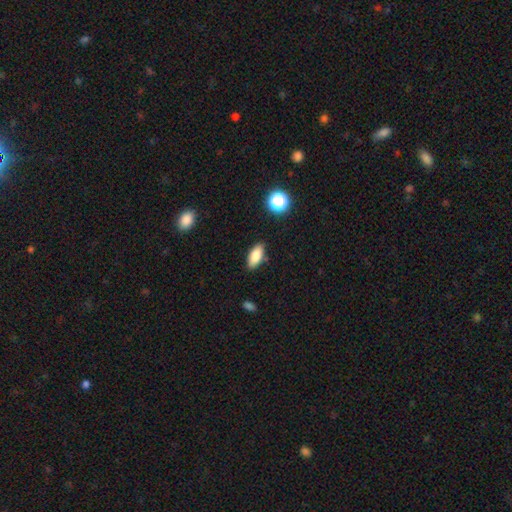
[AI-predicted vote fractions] Overall: smooth (83%). How rounded: in between (85%). Merging: none (86%).